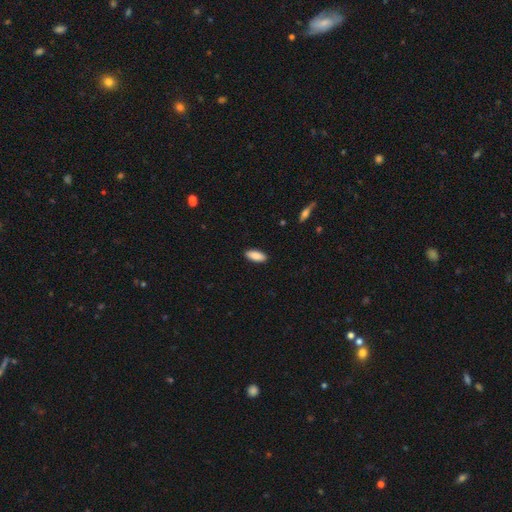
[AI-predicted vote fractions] Smooth or featured?
  - smooth: 89% *
  - star or artifact: 6%
  - featured or disk: 5%
How rounded?
  - in between: 81% *
  - cigar-shaped: 17%
  - round: 2%
Merging?
  - none: 90% *
  - minor disturbance: 8%
  - major disturbance: 2%
  - merger: 1%